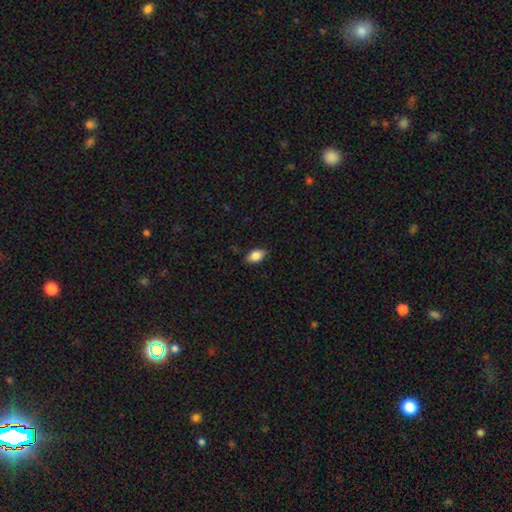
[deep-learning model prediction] A smooth galaxy with no disk features (86%) that is in between round and cigar-shaped (88%).

Vote fractions:
- Smooth or featured? smooth: 86% / star or artifact: 8% / featured or disk: 7%
- How rounded? in between: 88% / round: 9% / cigar-shaped: 3%
- Merging? none: 84% / minor disturbance: 13% / major disturbance: 2% / merger: 1%